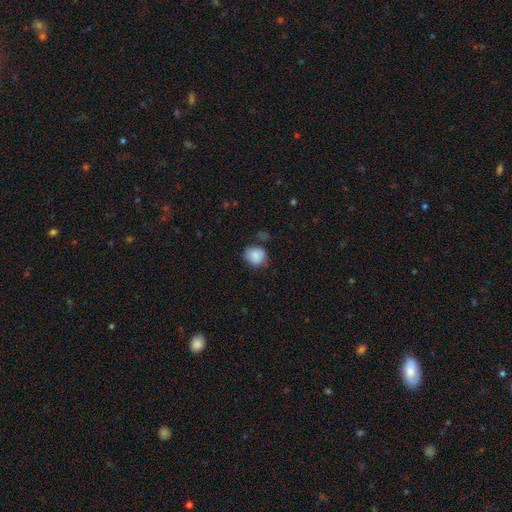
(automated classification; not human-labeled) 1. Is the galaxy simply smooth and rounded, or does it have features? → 86% smooth, 8% star or artifact, 6% featured or disk.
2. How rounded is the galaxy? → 72% round, 27% in between, 1% cigar-shaped.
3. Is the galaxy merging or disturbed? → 68% none, 22% minor disturbance, 5% major disturbance, 4% merger.